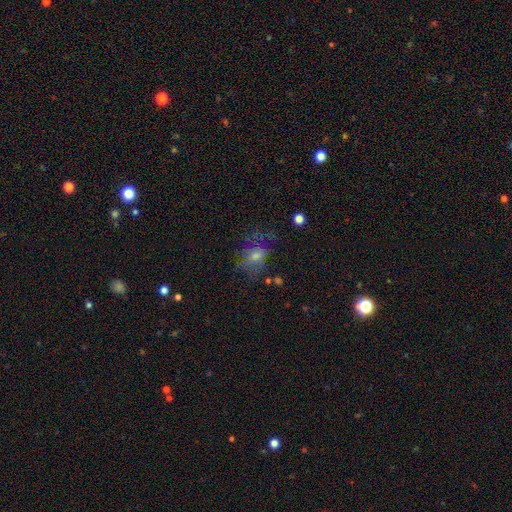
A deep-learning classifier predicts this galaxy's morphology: This appears to be a featured or disk galaxy (41%). Merging: none (50%).